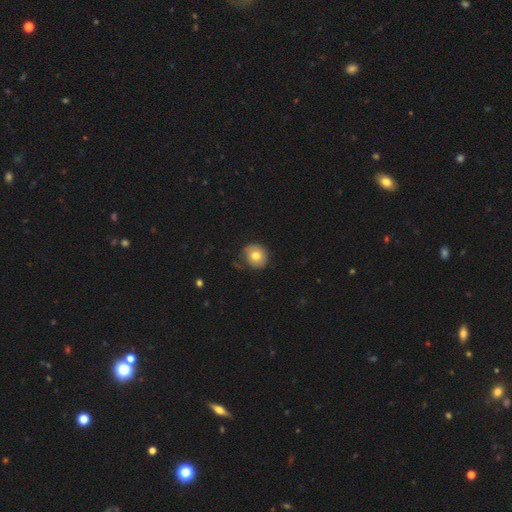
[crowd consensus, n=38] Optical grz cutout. It shows a smooth galaxy with no disk features (79%) that is round (80%). Merging: none (62%).